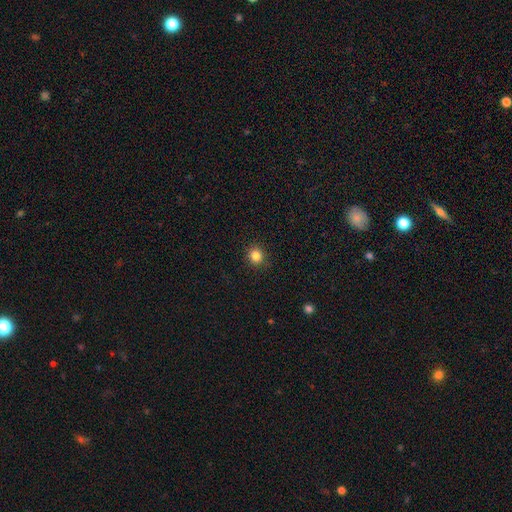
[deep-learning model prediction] Q: Smooth or featured?
A: smooth (83%); runner-up: star or artifact (12%)
Q: How rounded?
A: round (91%); runner-up: in between (8%)
Q: Merging?
A: none (91%); runner-up: minor disturbance (6%)